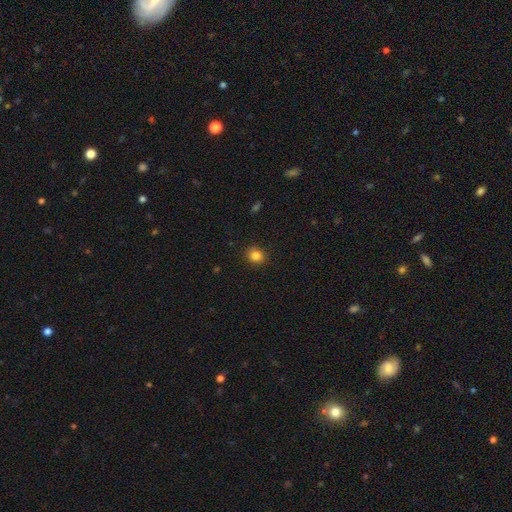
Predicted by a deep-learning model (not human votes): A smooth galaxy with no disk features (84%) that is round (80%). Merging: none (89%).